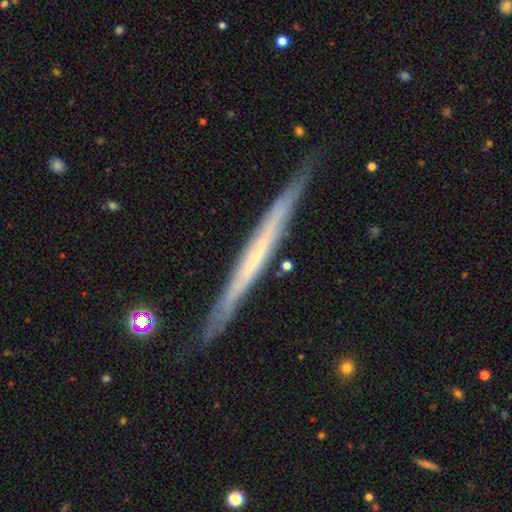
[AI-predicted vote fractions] A featured or disk galaxy (66%) viewed edge-on (96%) with no central bulge (85%).

Vote fractions:
- Smooth or featured? featured or disk: 66% / smooth: 28% / star or artifact: 6%
- Edge-on disk? yes: 96% / no: 4%
- Edge-on bulge? none: 85% / rounded: 10% / boxy: 5%
- Merging? none: 86% / minor disturbance: 11% / major disturbance: 2% / merger: 2%